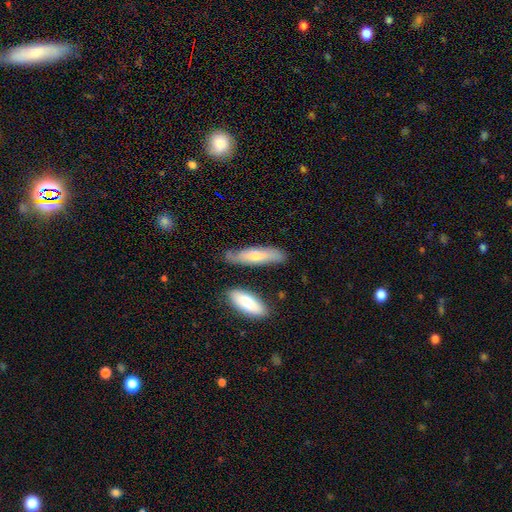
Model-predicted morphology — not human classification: The model was most divided on "smooth or featured": smooth: 55%, featured or disk: 37%, star or artifact: 8%. More confident: merging — none (74%); how rounded — cigar-shaped (71%).